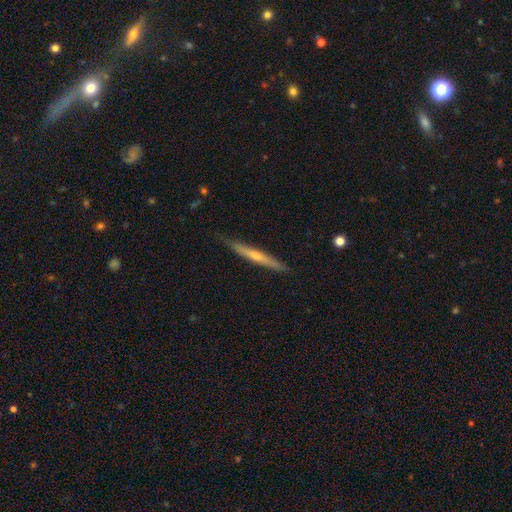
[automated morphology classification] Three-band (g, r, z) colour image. It shows a featured or disk galaxy (55%) viewed edge-on (95%) with a rounded central bulge (62%). Merging: none (86%).